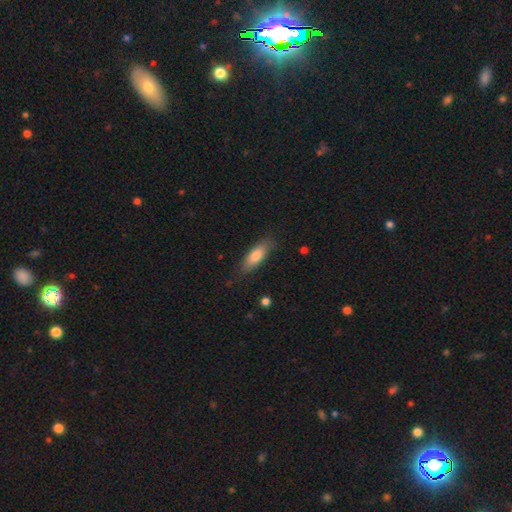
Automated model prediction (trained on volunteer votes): Smooth or featured? Predicted: smooth (p=0.77). How rounded? Predicted: in between (p=0.57). Merging? Predicted: none (p=0.81).